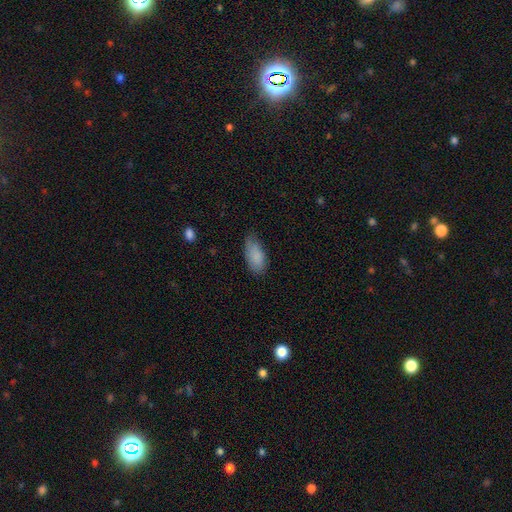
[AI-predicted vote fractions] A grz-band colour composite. It shows a smooth galaxy with no disk features (87%) that is in between round and cigar-shaped (90%). Merging: none (68%).